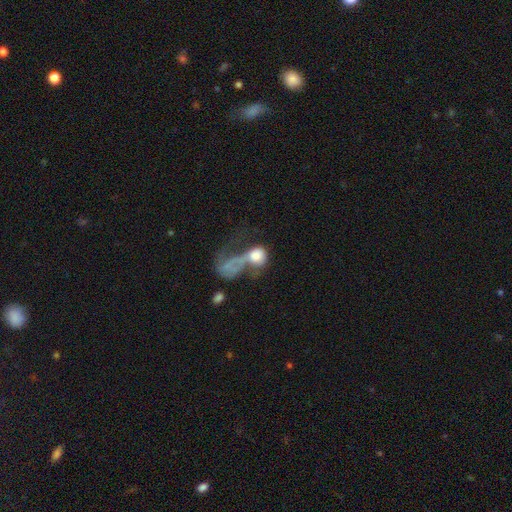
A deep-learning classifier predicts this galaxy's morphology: The model was most divided on "merging": merger: 43%, major disturbance: 40%, none: 10%, minor disturbance: 7%. More confident: smooth or featured — smooth (62%); how rounded — round (54%).